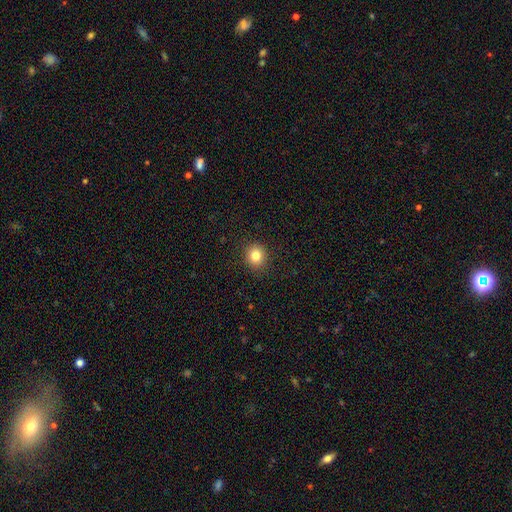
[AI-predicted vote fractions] A smooth galaxy with no disk features (82%) that is round (86%).

Vote fractions:
- Smooth or featured? smooth: 82% / star or artifact: 12% / featured or disk: 6%
- How rounded? round: 86% / in between: 13% / cigar-shaped: 1%
- Merging? none: 90% / minor disturbance: 7% / major disturbance: 2% / merger: 1%